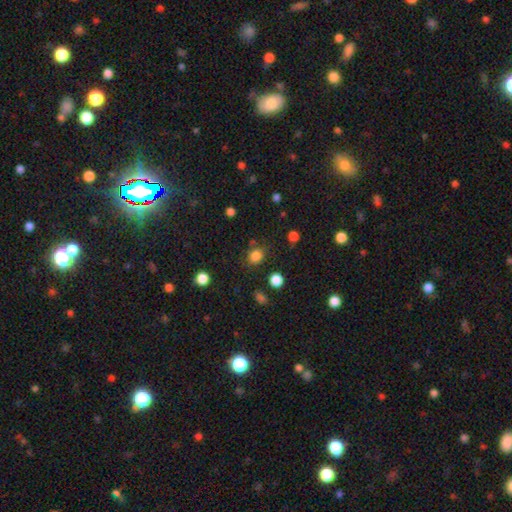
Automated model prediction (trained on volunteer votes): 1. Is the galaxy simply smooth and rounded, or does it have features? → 82% smooth, 13% star or artifact, 5% featured or disk.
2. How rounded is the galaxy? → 75% round, 24% in between, 1% cigar-shaped.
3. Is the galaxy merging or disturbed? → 77% none, 13% minor disturbance, 5% major disturbance, 5% merger.